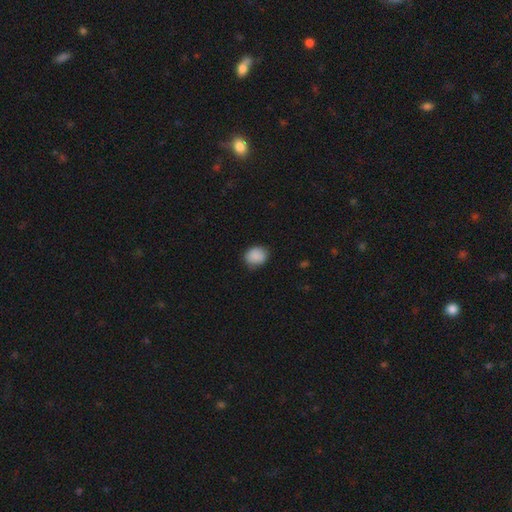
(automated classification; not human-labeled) The model was most divided on "how rounded": round: 56%, in between: 43%, cigar-shaped: 1%. More confident: smooth or featured — smooth (89%); merging — none (81%).